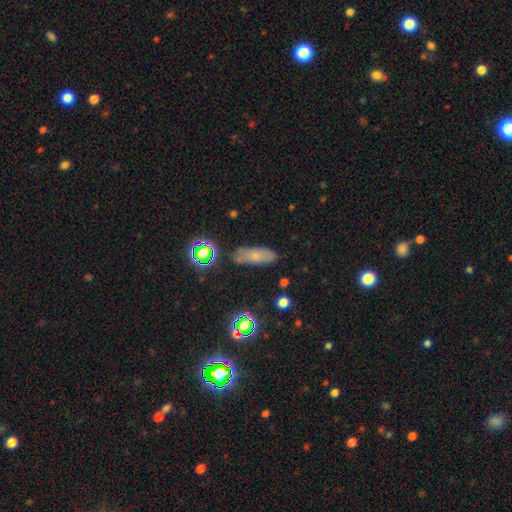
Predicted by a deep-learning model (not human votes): A smooth galaxy with no disk features (65%) that is in between round and cigar-shaped (69%). Merging: none (77%).